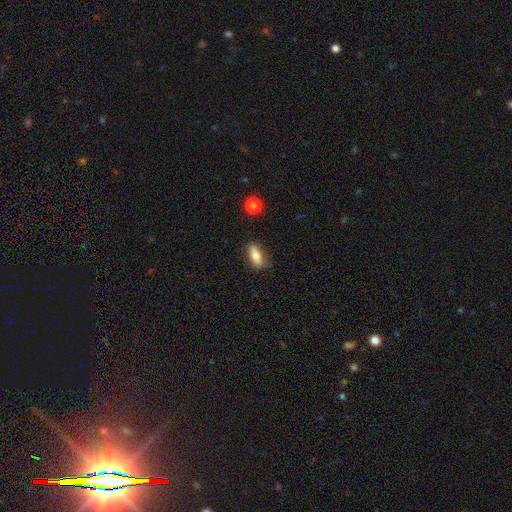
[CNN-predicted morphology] type=smooth (78%); roundness=in between (75%); merging=none (80%).